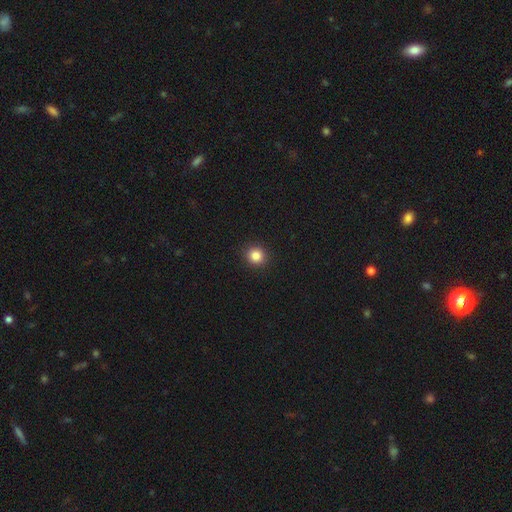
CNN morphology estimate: smooth 85%, star or artifact 11%, featured or disk 4%. Down the decision tree: how rounded — round (90%); merging — none (92%).